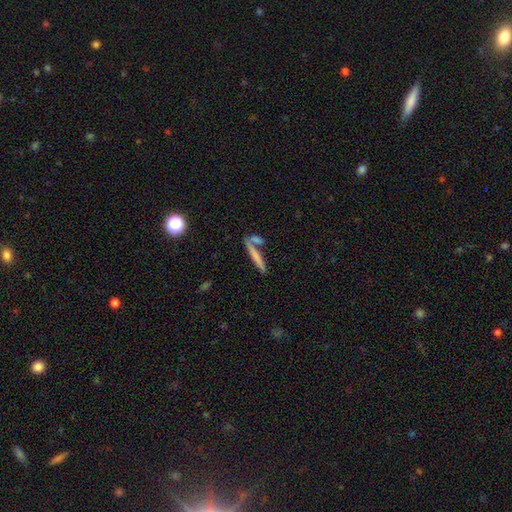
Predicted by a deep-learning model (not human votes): A smooth galaxy with no disk features (62%) that is cigar-shaped (91%).

Vote fractions:
- Smooth or featured? smooth: 62% / featured or disk: 30% / star or artifact: 9%
- How rounded? cigar-shaped: 91% / in between: 7% / round: 3%
- Merging? none: 63% / merger: 25% / minor disturbance: 9% / major disturbance: 4%